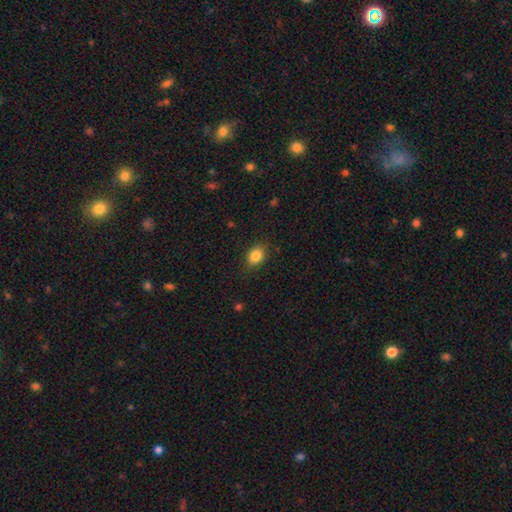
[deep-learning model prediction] This is clearly a smooth galaxy (85%). How rounded: likely in between (64%). Merging: clearly none (83%).